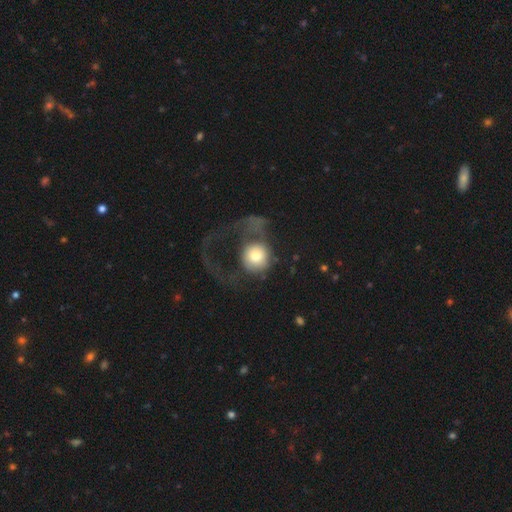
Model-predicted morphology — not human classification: type=smooth (65%); roundness=round (90%); merging=major disturbance (64%).